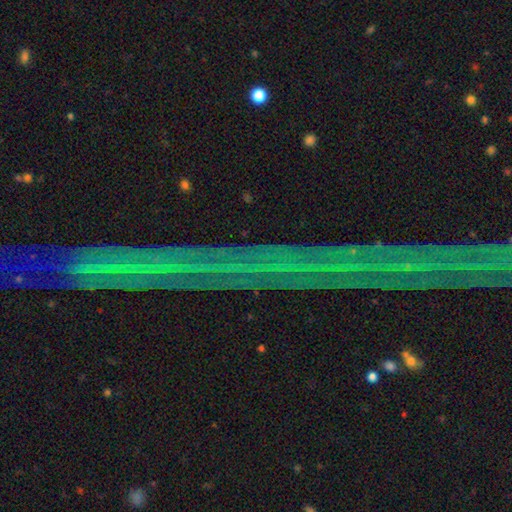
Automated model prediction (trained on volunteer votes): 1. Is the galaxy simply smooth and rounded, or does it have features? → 80% star or artifact, 12% featured or disk, 8% smooth.